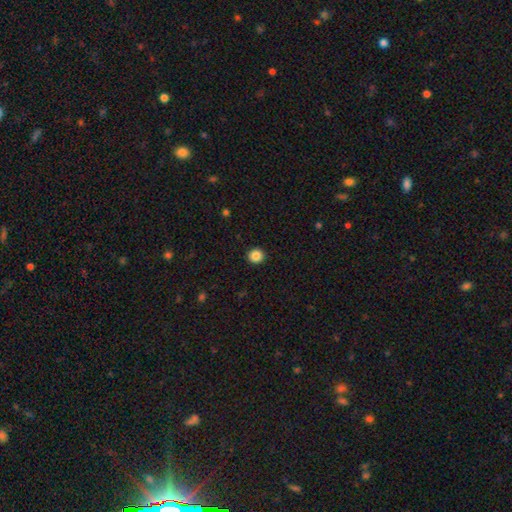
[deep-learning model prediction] Overall: smooth (86%). How rounded: round (91%). Merging: none (93%).